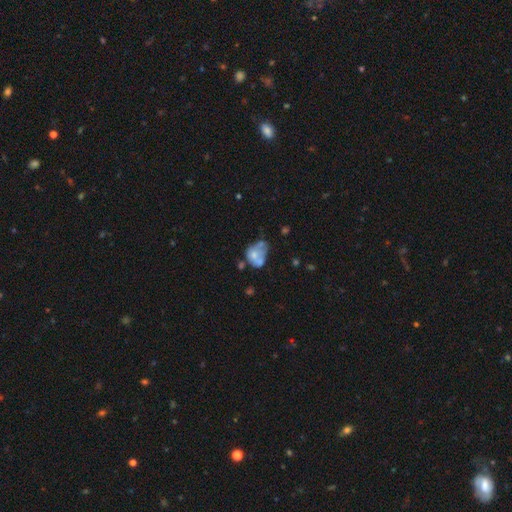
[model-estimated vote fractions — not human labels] This appears to be a smooth galaxy with no disk features (52%) that is in between round and cigar-shaped (60%). Merging: merger (31%).